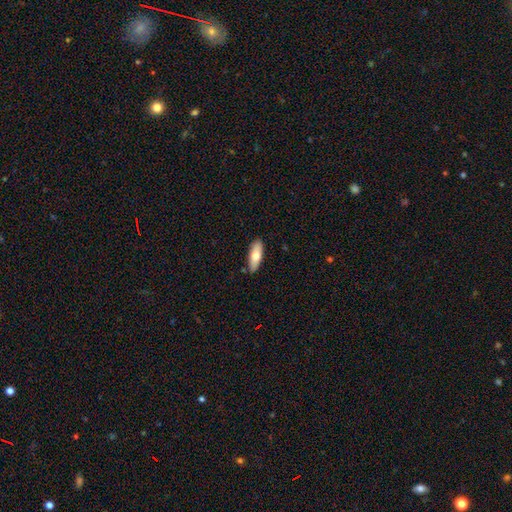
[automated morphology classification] Q: Smooth or featured?
A: smooth (73%); runner-up: featured or disk (21%)
Q: How rounded?
A: in between (63%); runner-up: cigar-shaped (35%)
Q: Merging?
A: none (86%); runner-up: minor disturbance (11%)